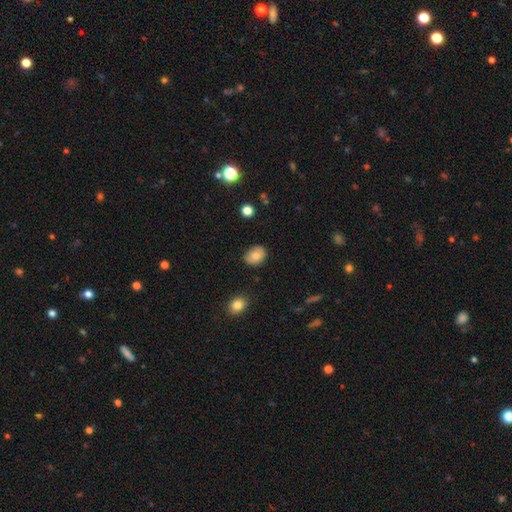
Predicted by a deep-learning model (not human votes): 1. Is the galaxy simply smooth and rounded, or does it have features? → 76% smooth, 15% featured or disk, 9% star or artifact.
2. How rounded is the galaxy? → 60% in between, 39% round, 1% cigar-shaped.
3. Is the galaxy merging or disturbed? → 80% none, 16% minor disturbance, 3% major disturbance, 1% merger.